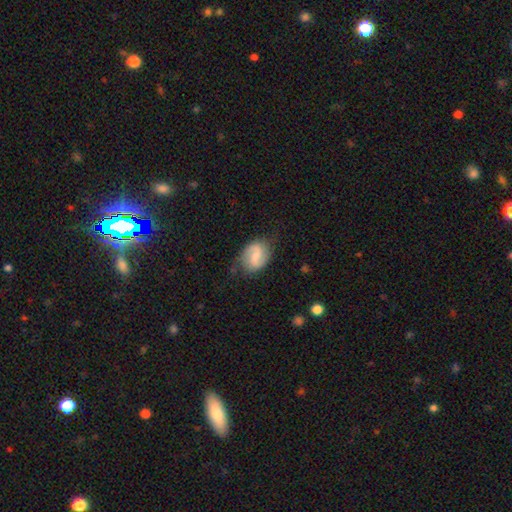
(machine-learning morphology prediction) This appears to be a featured or disk galaxy (68%) with a weak bar (54%), 2 (90%) medium (44%) spiral arms (92%) and a small central bulge (49%). Merging: none (73%).